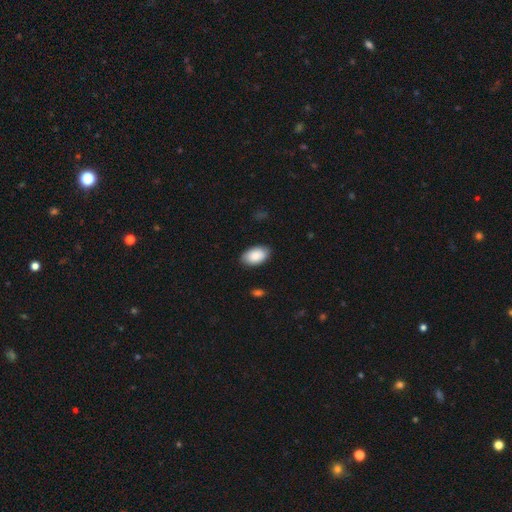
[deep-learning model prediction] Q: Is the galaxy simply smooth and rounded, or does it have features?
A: smooth — 89%.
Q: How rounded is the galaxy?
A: in between — 94%.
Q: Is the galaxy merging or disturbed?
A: none — 86%.